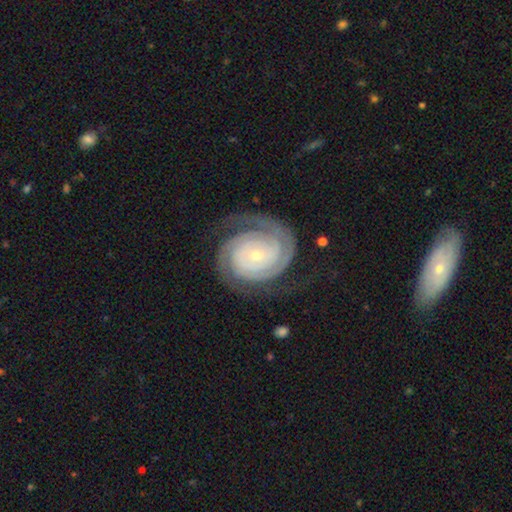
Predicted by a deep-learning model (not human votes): smooth-or-featured: featured or disk: 91% | smooth: 5% | star or artifact: 4%
  disk-edge-on: no: 98% | yes: 2%
    bar: no: 76% | weak: 16% | strong: 8%
    has-spiral-arms: yes: 98% | no: 2%
      spiral-winding: tight: 84% | medium: 13% | loose: 3%
      spiral-arm-count: 2: 70% | 3: 10% | can't tell: 9% | 1: 4% | 4: 4% | more than 4: 3%
    bulge-size: small: 74% | moderate: 22% | large: 1% | none: 1% | dominant: 1%
  merging: none: 77% | minor disturbance: 14% | major disturbance: 8% | merger: 1%